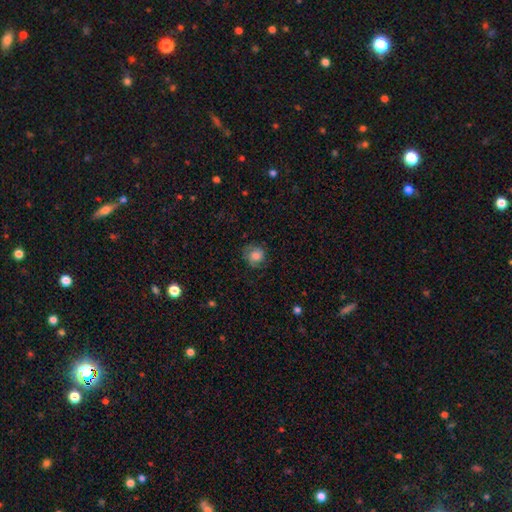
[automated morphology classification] Smooth or featured? Predicted: smooth (p=0.66). How rounded? Predicted: round (p=0.82). Merging? Predicted: none (p=0.71).